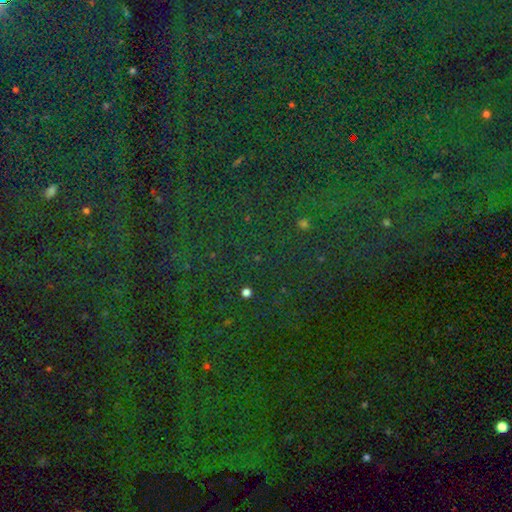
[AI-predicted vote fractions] This appears to be a star or artifact, not a galaxy (84%).